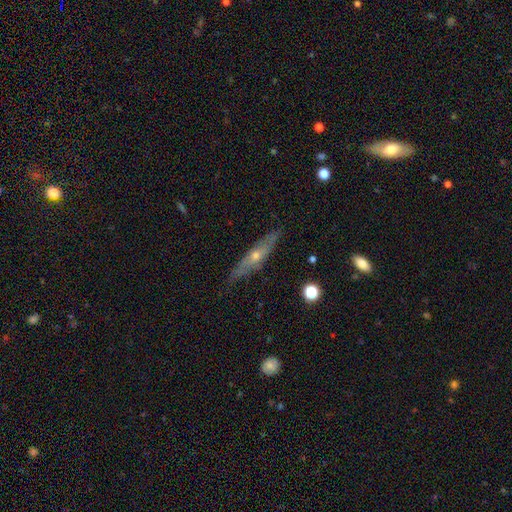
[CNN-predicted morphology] Smooth or featured: featured or disk — 66% (smooth — 27%)
Edge-on disk: yes — 76% (no — 24%)
Edge-on bulge: rounded — 80% (none — 17%)
Merging: none — 80% (minor disturbance — 16%)